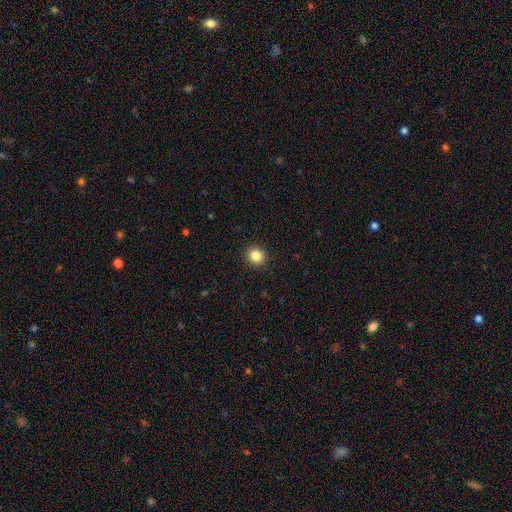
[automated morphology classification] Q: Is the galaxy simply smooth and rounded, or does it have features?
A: smooth — 85%.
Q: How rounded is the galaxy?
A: round — 89%.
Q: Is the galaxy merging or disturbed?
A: none — 92%.